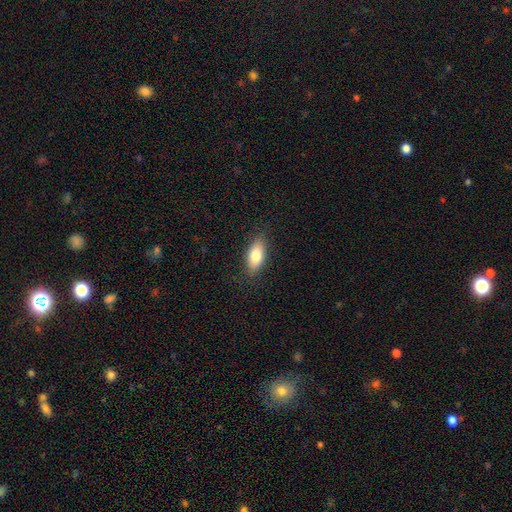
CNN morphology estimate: Smooth or featured? smooth (78%)
How rounded? in between (82%)
Merging? none (86%)